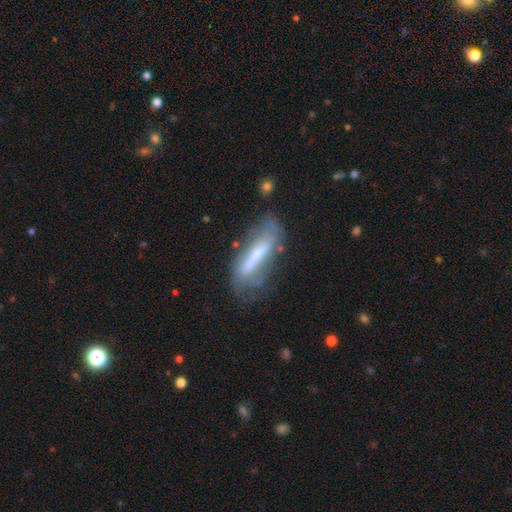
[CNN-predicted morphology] type=featured or disk (53%); edge-on=no (64%); merging=none (51%).